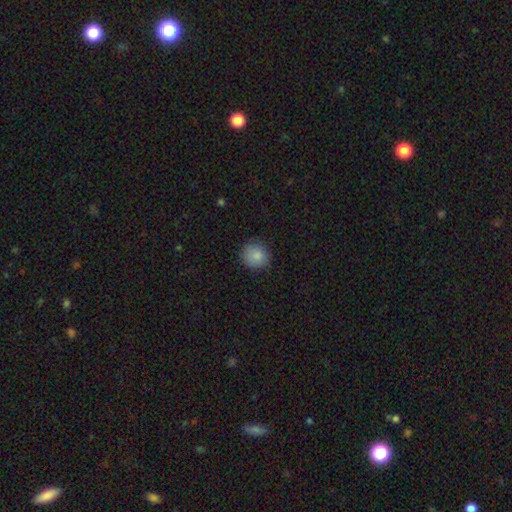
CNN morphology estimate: smooth_or_featured: smooth (p=0.86) [alt: star or artifact p=0.08]
how_rounded: round (p=0.88) [alt: in between p=0.11]
merging: none (p=0.85) [alt: minor disturbance p=0.12]